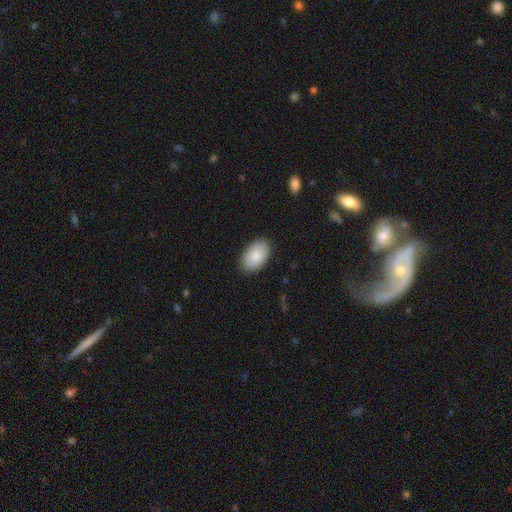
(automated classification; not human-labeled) A smooth galaxy with no disk features (85%) that is in between round and cigar-shaped (92%). Merging: none (87%).